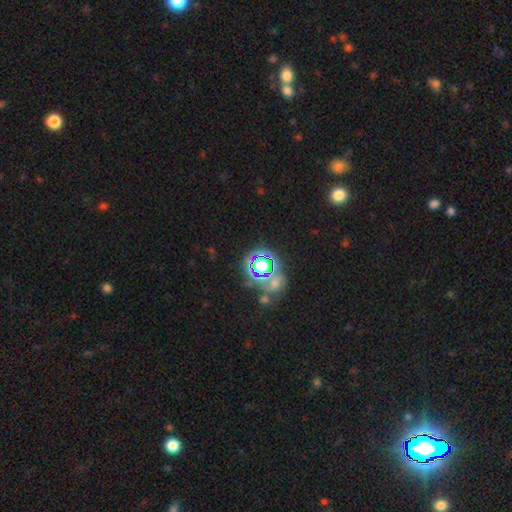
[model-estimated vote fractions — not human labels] smooth-or-featured: star or artifact: 67% | smooth: 21% | featured or disk: 11%